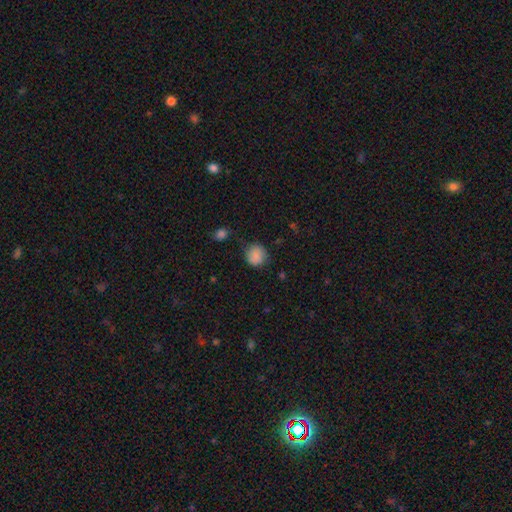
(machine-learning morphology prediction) Smooth or featured?
  - smooth: 84% *
  - star or artifact: 9%
  - featured or disk: 7%
How rounded?
  - round: 85% *
  - in between: 14%
  - cigar-shaped: 1%
Merging?
  - none: 73% *
  - minor disturbance: 21%
  - major disturbance: 5%
  - merger: 2%